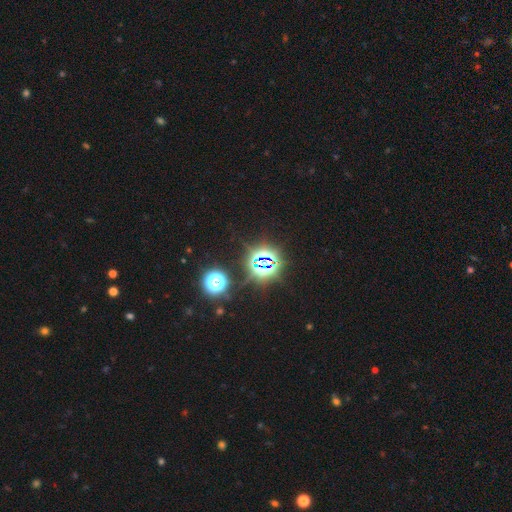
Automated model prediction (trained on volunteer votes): This is likely a star or artifact rather than a galaxy (79%).